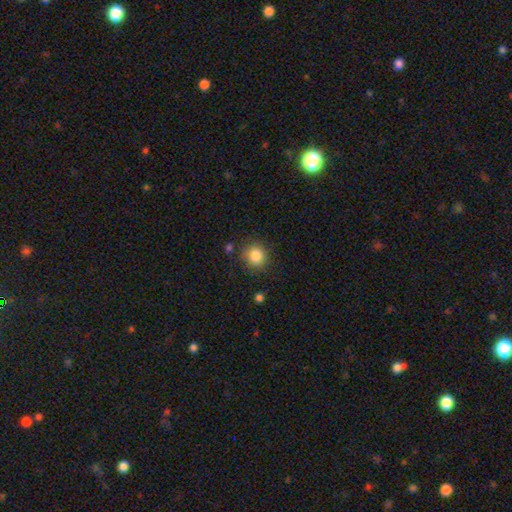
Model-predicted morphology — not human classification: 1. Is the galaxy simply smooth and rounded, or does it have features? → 85% smooth, 10% star or artifact, 5% featured or disk.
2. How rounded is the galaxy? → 85% round, 14% in between, 1% cigar-shaped.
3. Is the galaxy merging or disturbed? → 82% none, 11% minor disturbance, 3% major disturbance, 3% merger.